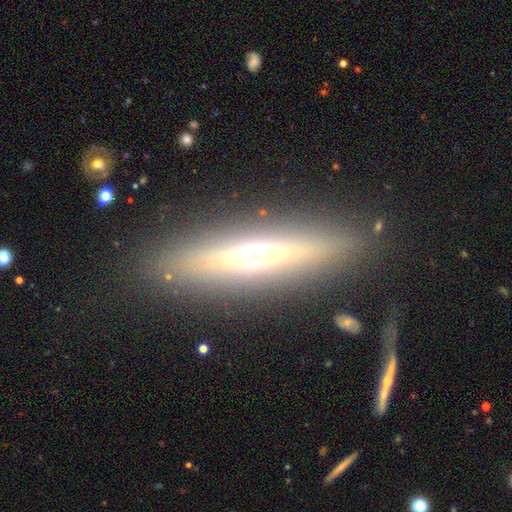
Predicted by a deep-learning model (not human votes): A featured or disk galaxy (57%) viewed edge-on (86%).

Vote fractions:
- Smooth or featured? featured or disk: 57% / smooth: 32% / star or artifact: 11%
- Edge-on disk? yes: 86% / no: 14%
- Merging? none: 85% / minor disturbance: 9% / major disturbance: 4% / merger: 2%